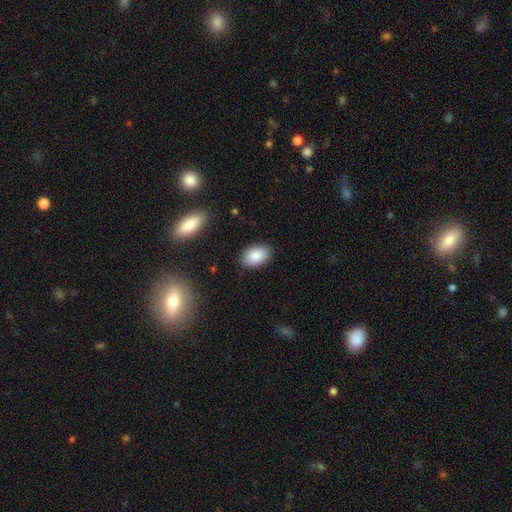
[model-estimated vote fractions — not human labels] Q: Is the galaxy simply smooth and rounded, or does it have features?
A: smooth — 87%.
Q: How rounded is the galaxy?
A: in between — 90%.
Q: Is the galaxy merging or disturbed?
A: none — 88%.